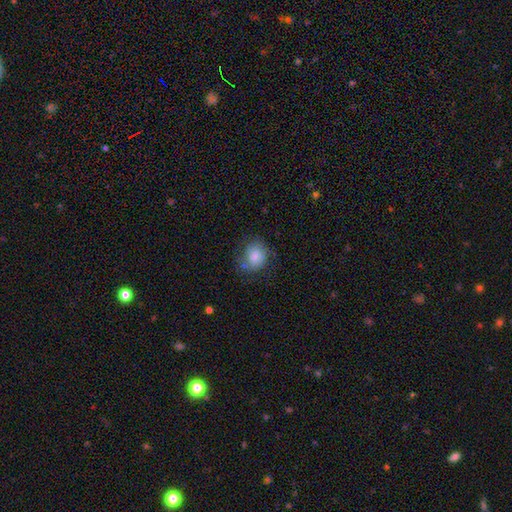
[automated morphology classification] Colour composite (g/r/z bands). It shows a smooth galaxy with no disk features (76%) that is round (59%). Merging: none (61%).